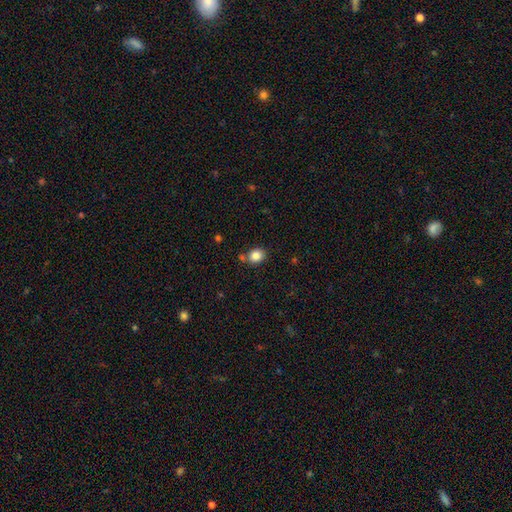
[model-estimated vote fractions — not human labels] smooth_or_featured: smooth (p=0.84) [alt: star or artifact p=0.10]
how_rounded: round (p=0.63) [alt: in between p=0.36]
merging: none (p=0.73) [alt: minor disturbance p=0.13]